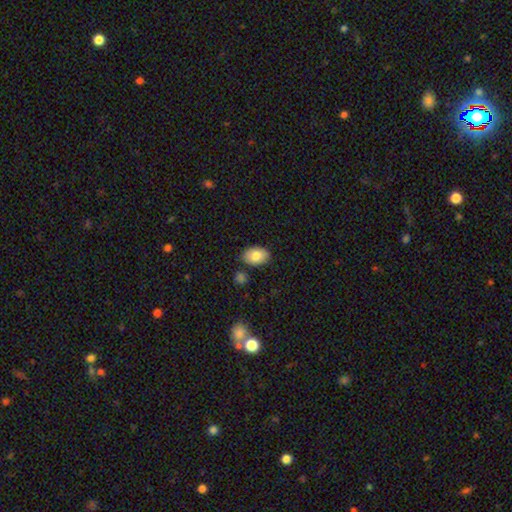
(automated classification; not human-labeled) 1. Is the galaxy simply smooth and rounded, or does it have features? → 83% smooth, 10% featured or disk, 7% star or artifact.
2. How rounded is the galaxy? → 88% in between, 11% round, 1% cigar-shaped.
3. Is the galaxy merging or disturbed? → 83% none, 11% minor disturbance, 3% merger, 2% major disturbance.